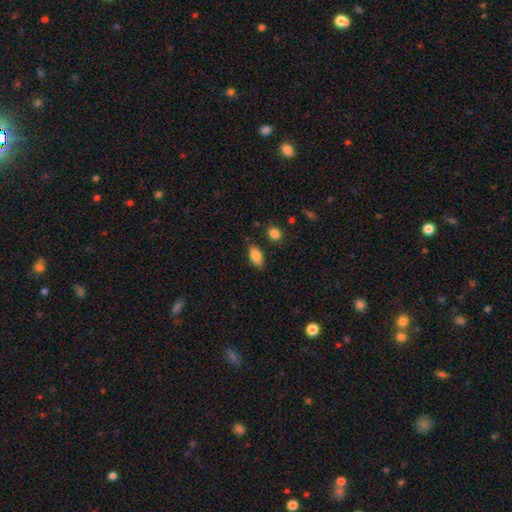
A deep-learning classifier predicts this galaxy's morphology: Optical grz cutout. It shows a smooth galaxy with no disk features (84%) that is in between round and cigar-shaped (87%). Merging: none (81%).